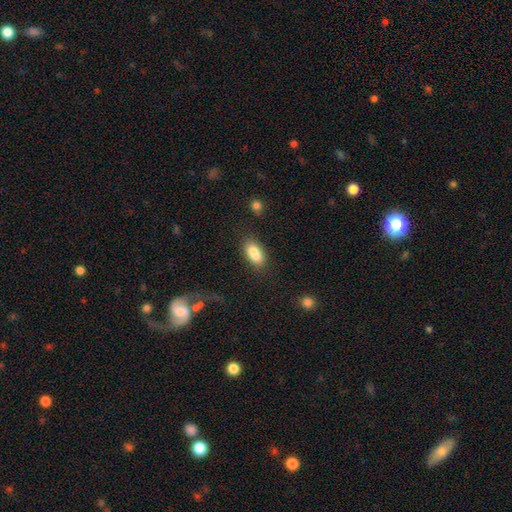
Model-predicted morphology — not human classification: A smooth galaxy with no disk features (82%) that is in between round and cigar-shaped (86%).

Vote fractions:
- Smooth or featured? smooth: 82% / featured or disk: 10% / star or artifact: 8%
- How rounded? in between: 86% / cigar-shaped: 9% / round: 5%
- Merging? none: 63% / minor disturbance: 16% / merger: 15% / major disturbance: 6%